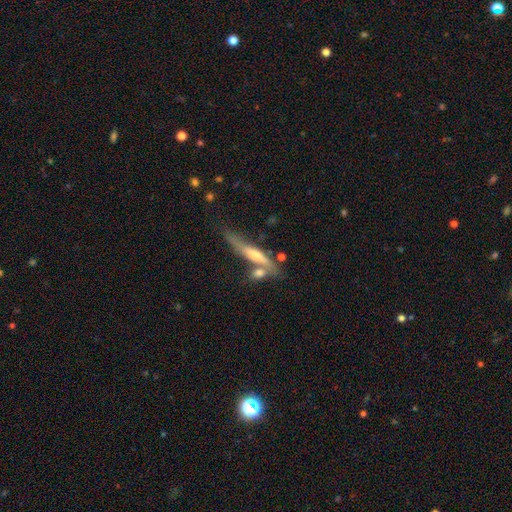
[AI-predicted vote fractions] smooth-or-featured: featured or disk: 57% | smooth: 35% | star or artifact: 8%
  disk-edge-on: yes: 84% | no: 16%
  merging: none: 49% | merger: 24% | minor disturbance: 19% | major disturbance: 8%